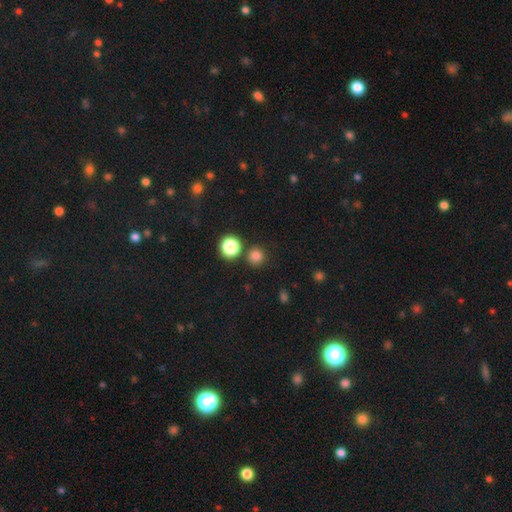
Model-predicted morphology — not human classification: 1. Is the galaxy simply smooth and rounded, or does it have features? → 78% smooth, 17% star or artifact, 5% featured or disk.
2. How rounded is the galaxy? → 93% round, 6% in between, 1% cigar-shaped.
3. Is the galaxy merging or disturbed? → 84% none, 7% merger, 7% minor disturbance, 3% major disturbance.